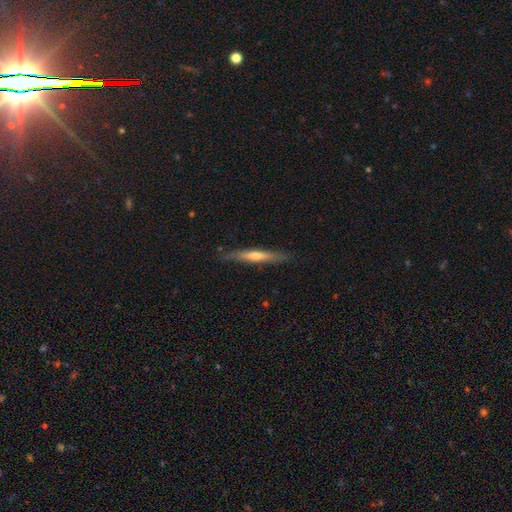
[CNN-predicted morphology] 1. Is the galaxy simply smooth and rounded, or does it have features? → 56% featured or disk, 38% smooth, 6% star or artifact.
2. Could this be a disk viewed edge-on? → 94% yes, 6% no.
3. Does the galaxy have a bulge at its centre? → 59% rounded, 32% none, 9% boxy.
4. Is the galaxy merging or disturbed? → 83% none, 13% minor disturbance, 2% major disturbance, 1% merger.